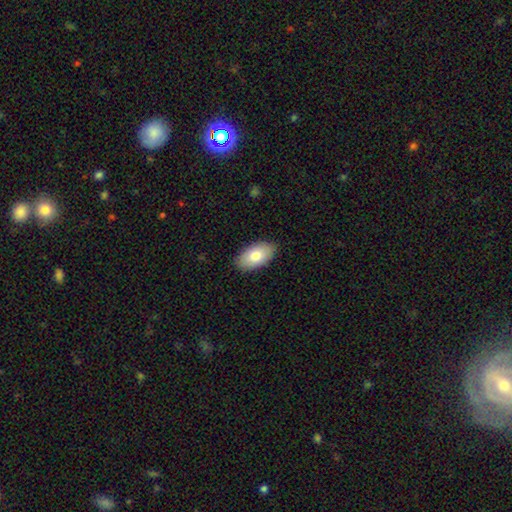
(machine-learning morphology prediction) Q: Smooth or featured?
A: smooth (79%); runner-up: featured or disk (15%)
Q: How rounded?
A: in between (95%); runner-up: round (3%)
Q: Merging?
A: none (88%); runner-up: minor disturbance (9%)